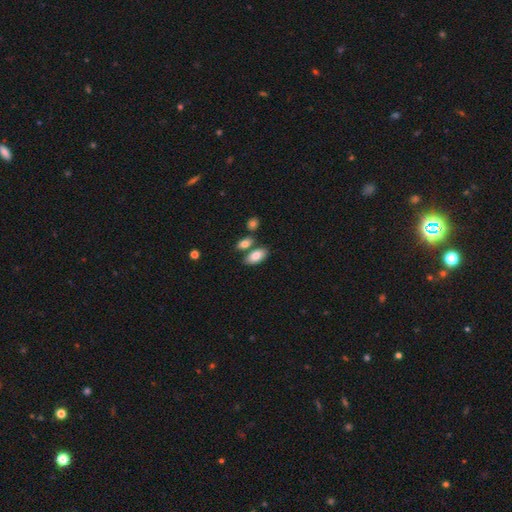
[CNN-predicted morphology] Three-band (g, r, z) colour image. It shows a smooth galaxy with no disk features (80%) that is in between round and cigar-shaped (93%). Merging: none (66%).